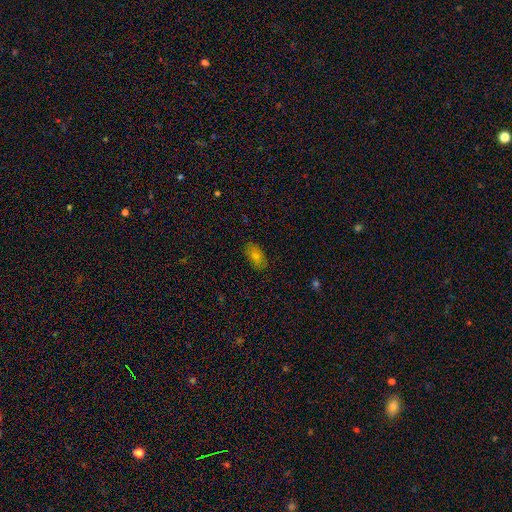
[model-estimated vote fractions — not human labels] Q: Smooth or featured?
A: smooth (71%); runner-up: featured or disk (14%)
Q: How rounded?
A: in between (90%); runner-up: round (6%)
Q: Merging?
A: none (85%); runner-up: minor disturbance (12%)